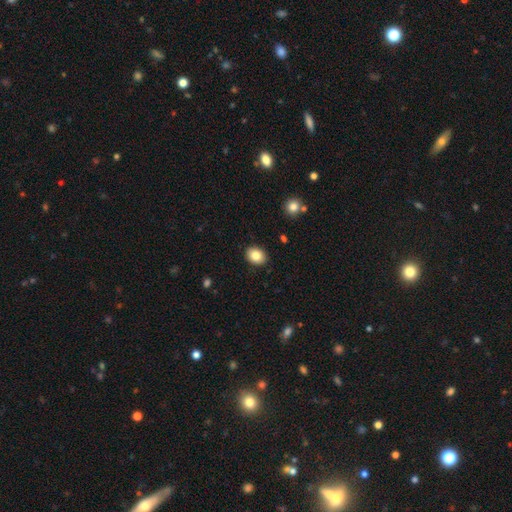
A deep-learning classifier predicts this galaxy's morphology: Smooth or featured? smooth (84%)
How rounded? in between (62%)
Merging? none (90%)